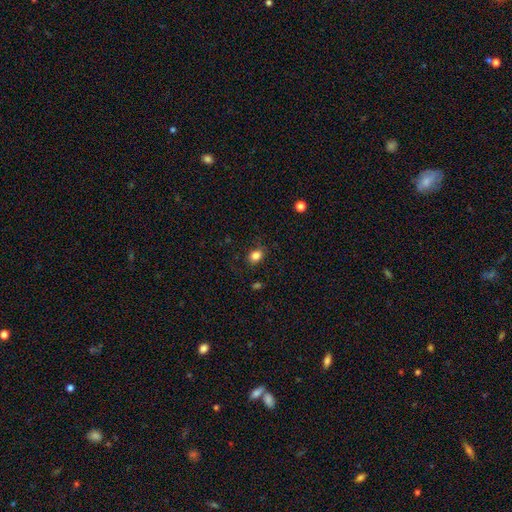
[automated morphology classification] A smooth galaxy with no disk features (84%) that is in between round and cigar-shaped (57%). Merging: none (84%).